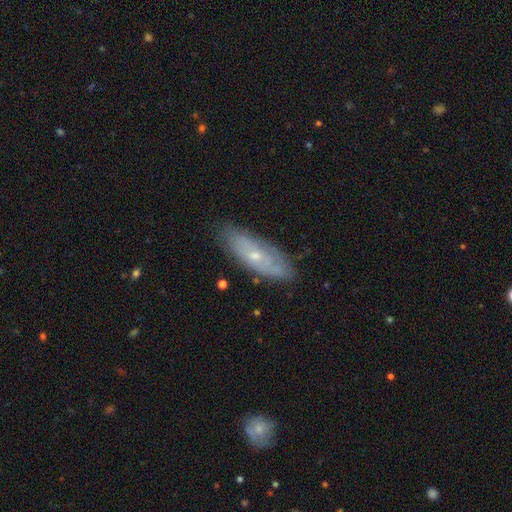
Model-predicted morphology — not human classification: Q: Smooth or featured?
A: featured or disk (56%); runner-up: smooth (37%)
Q: Edge-on disk?
A: no (74%); runner-up: yes (26%)
Q: Merging?
A: none (78%); runner-up: minor disturbance (17%)